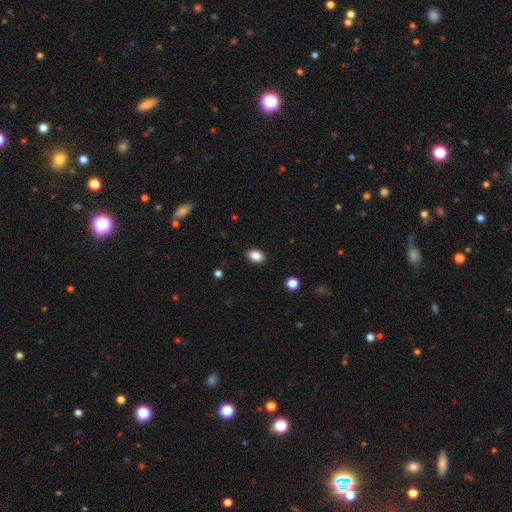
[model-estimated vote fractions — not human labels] This appears to be a smooth galaxy with no disk features (87%) that is in between round and cigar-shaped (80%). Merging: none (88%).